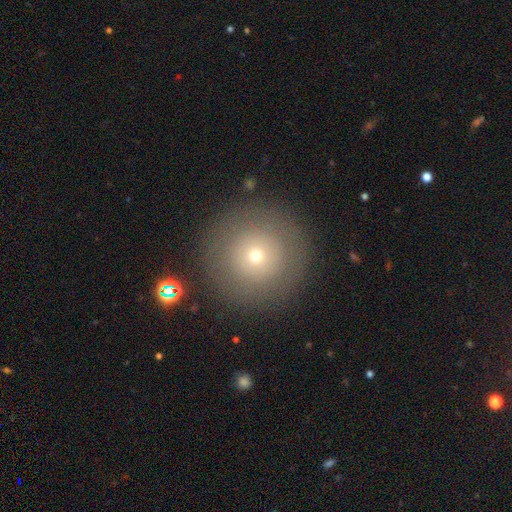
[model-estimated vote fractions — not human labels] Morphology: type=smooth (66%); roundness=round (96%); merging=none (88%).